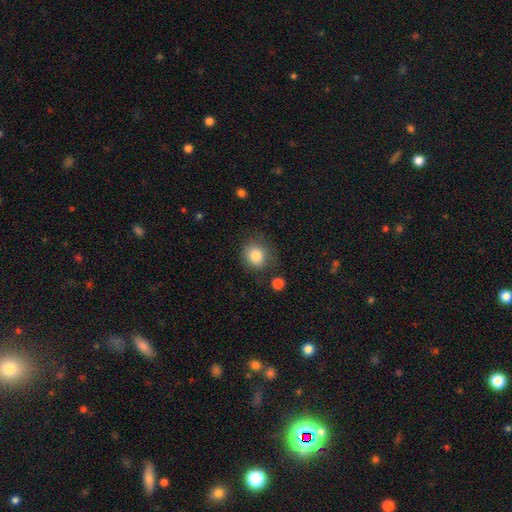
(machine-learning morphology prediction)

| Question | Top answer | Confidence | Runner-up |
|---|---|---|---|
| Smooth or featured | smooth | 83% | star or artifact (10%) |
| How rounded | round | 84% | in between (15%) |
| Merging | none | 77% | minor disturbance (14%) |